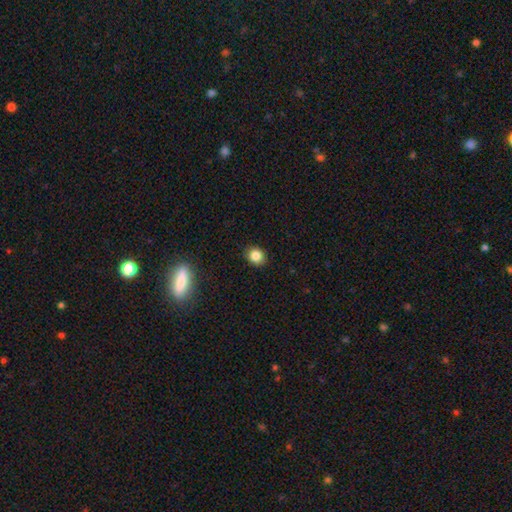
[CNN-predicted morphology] Smooth or featured? Predicted: smooth (p=0.84). How rounded? Predicted: round (p=0.66). Merging? Predicted: none (p=0.89).